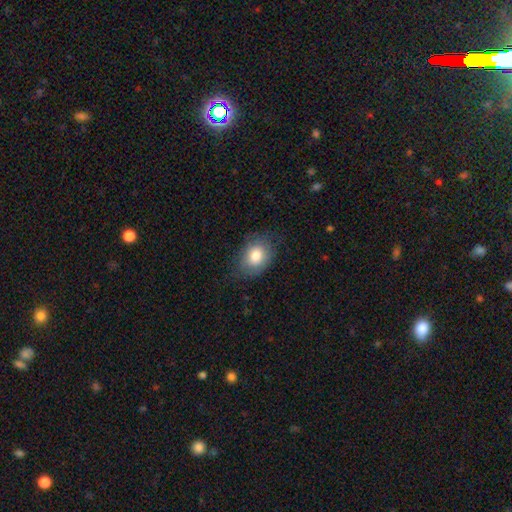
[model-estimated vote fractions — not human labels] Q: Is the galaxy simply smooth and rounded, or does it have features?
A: smooth — 80%.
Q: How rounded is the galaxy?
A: in between — 71%.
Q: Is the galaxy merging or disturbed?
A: none — 73%.